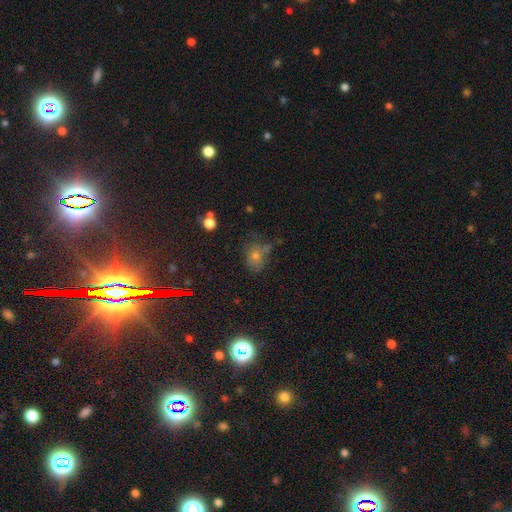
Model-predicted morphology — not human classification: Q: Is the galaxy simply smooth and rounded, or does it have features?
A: smooth — 67%.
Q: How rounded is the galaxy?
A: round — 49%, tied with in between.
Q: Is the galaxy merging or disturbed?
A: none — 48%.